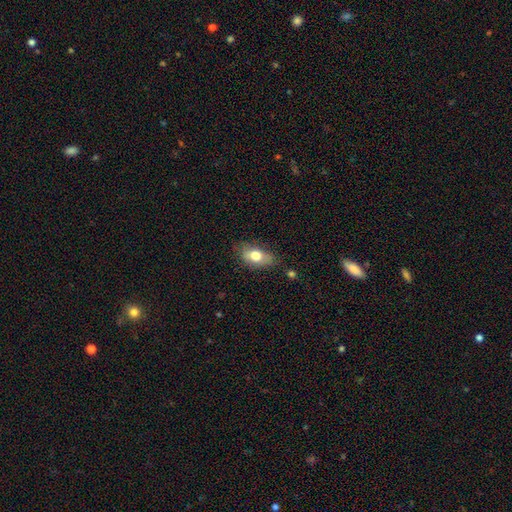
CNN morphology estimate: This is likely a smooth galaxy (72%). How rounded: clearly in between (86%). Merging: likely none (69%).